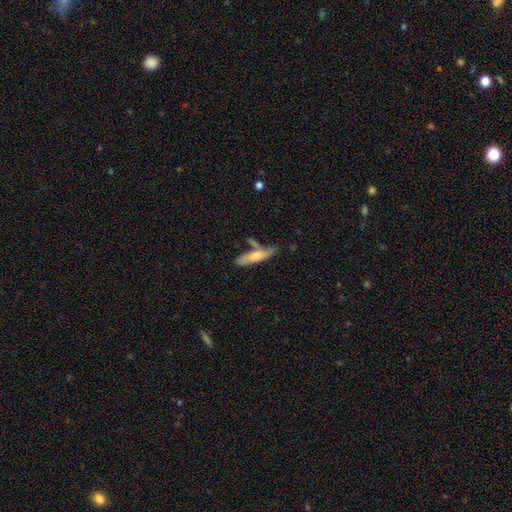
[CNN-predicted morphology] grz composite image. It shows a smooth galaxy with no disk features (67%) that is cigar-shaped (70%). Merging: none (53%).